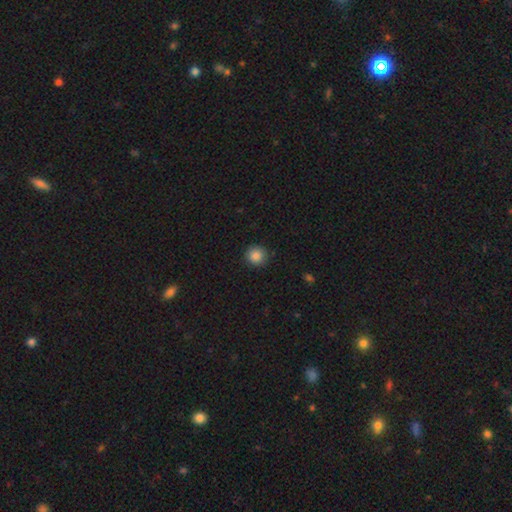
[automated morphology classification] A smooth galaxy with no disk features (86%) that is round (94%). Merging: none (90%).